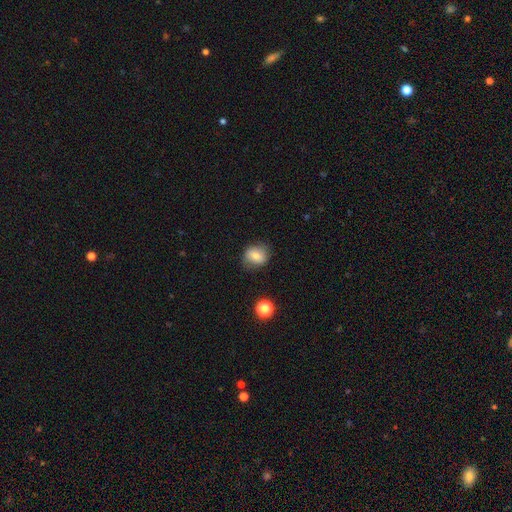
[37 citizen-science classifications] smooth-or-featured: smooth: 68% | featured or disk: 30% | star or artifact: 3%
  how-rounded: in between: 60% | round: 40% | cigar-shaped: 0%
  merging: none: 75% | minor disturbance: 19% | major disturbance: 6% | merger: 0%